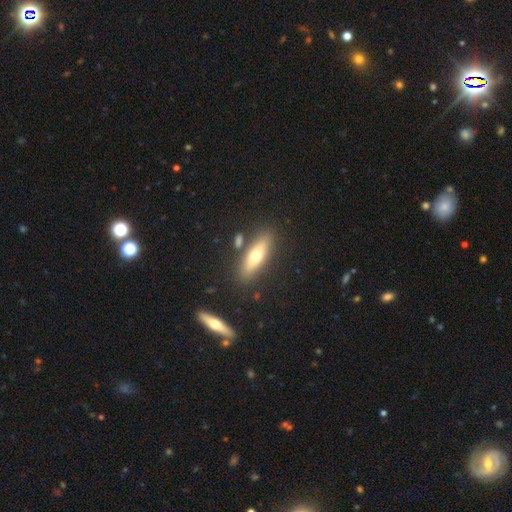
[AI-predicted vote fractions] The model was most divided on "how rounded": cigar-shaped: 56%, in between: 42%, round: 2%. More confident: merging — none (79%); smooth or featured — smooth (57%).